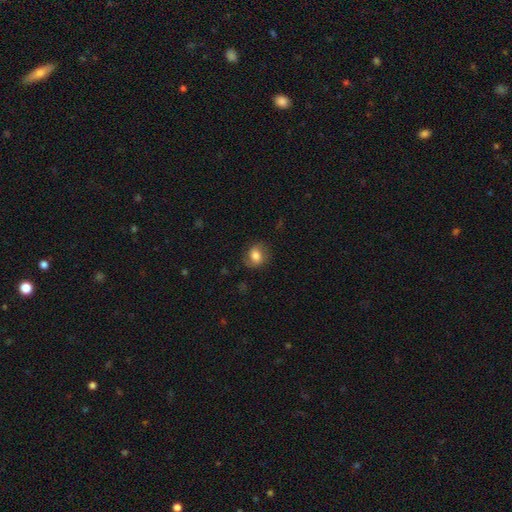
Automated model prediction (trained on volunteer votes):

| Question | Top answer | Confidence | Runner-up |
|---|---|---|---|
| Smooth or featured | smooth | 71% | featured or disk (21%) |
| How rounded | round | 52% | in between (47%) |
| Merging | none | 73% | minor disturbance (19%) |